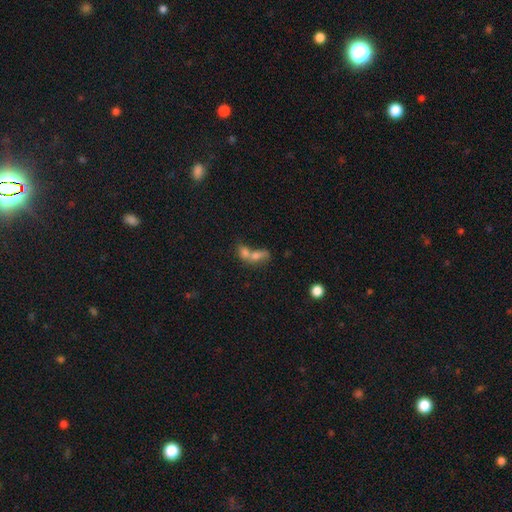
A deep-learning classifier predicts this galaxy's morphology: smooth-or-featured: smooth: 67% | featured or disk: 20% | star or artifact: 12%
  how-rounded: in between: 67% | round: 25% | cigar-shaped: 7%
  merging: merger: 73% | none: 16% | minor disturbance: 6% | major disturbance: 6%